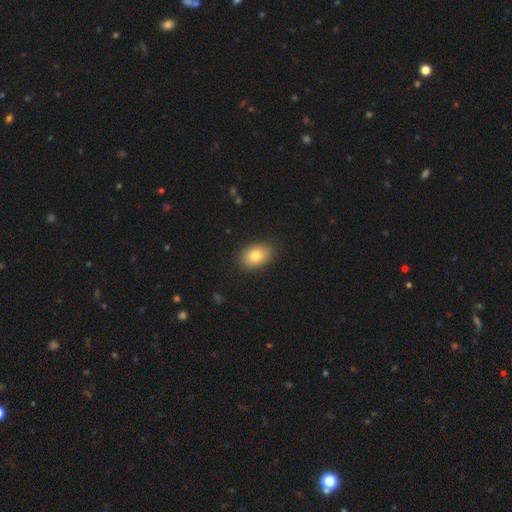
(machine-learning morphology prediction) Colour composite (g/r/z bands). It shows a smooth galaxy with no disk features (81%) that is in between round and cigar-shaped (81%). Merging: none (88%).